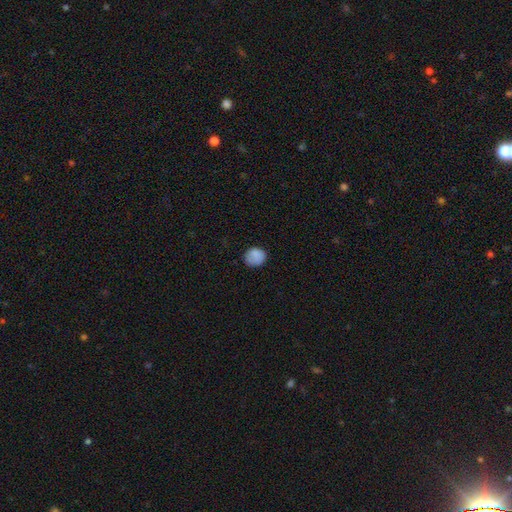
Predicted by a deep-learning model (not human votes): The model was most divided on "how rounded": round: 75%, in between: 24%, cigar-shaped: 1%. More confident: smooth or featured — smooth (84%); merging — none (75%).